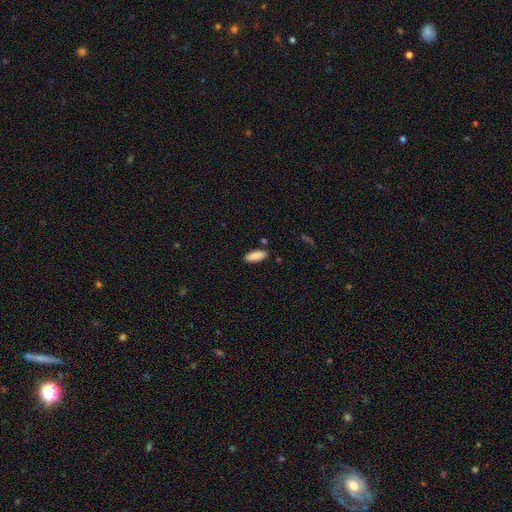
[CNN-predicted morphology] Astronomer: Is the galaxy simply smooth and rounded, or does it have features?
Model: smooth — 88%.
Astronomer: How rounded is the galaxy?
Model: in between — 76%.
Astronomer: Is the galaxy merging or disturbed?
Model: none — 85%.